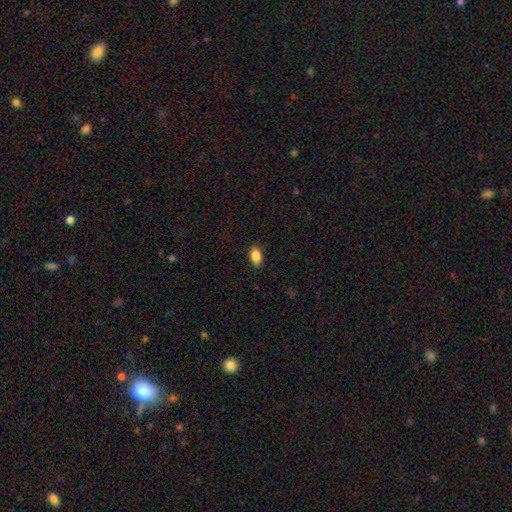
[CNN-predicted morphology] smooth_or_featured: smooth (p=0.86) [alt: star or artifact p=0.08]
how_rounded: in between (p=0.90) [alt: round p=0.08]
merging: none (p=0.87) [alt: minor disturbance p=0.10]